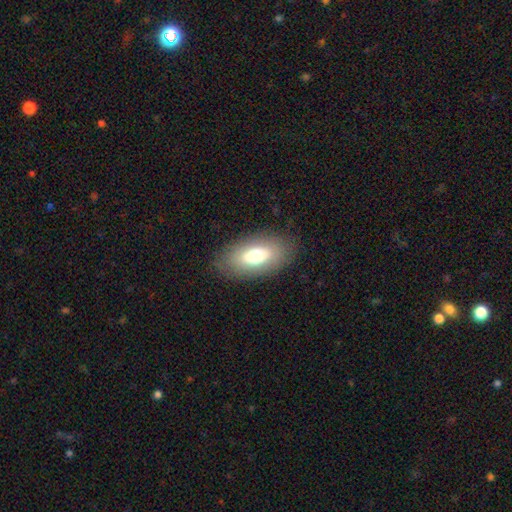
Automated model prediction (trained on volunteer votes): Q: Smooth or featured?
A: smooth (67%); runner-up: featured or disk (25%)
Q: How rounded?
A: in between (91%); runner-up: round (5%)
Q: Merging?
A: none (84%); runner-up: minor disturbance (11%)